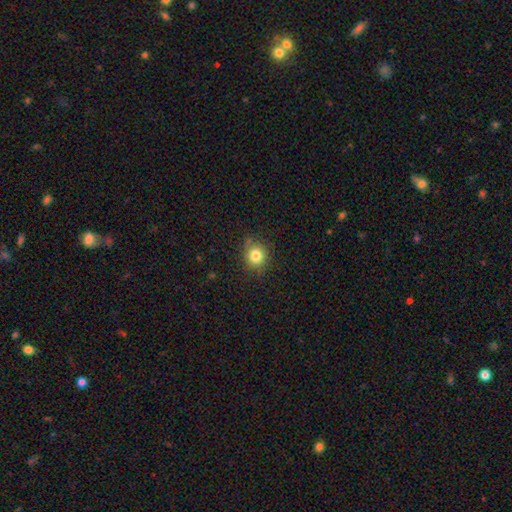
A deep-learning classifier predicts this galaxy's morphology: smooth 82%, star or artifact 12%, featured or disk 6%. Down the decision tree: how rounded — round (84%); merging — none (83%).